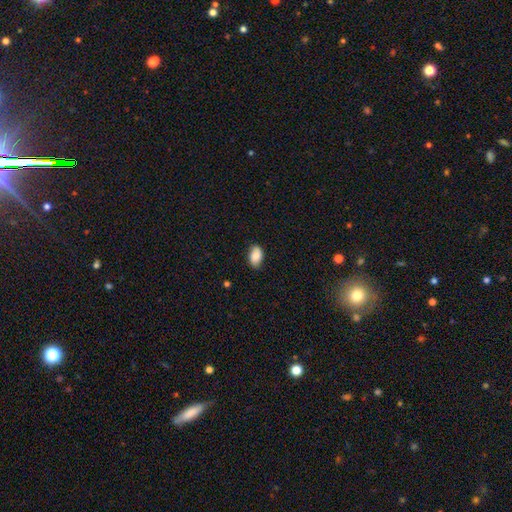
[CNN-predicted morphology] Smooth or featured?
  - smooth: 85% *
  - featured or disk: 8%
  - star or artifact: 7%
How rounded?
  - in between: 92% *
  - round: 7%
  - cigar-shaped: 1%
Merging?
  - none: 80% *
  - minor disturbance: 16%
  - major disturbance: 3%
  - merger: 1%